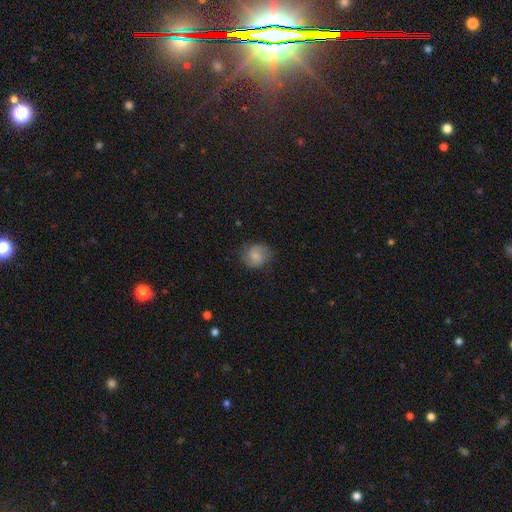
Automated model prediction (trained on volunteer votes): Morphology: type=smooth (59%); roundness=round (70%); merging=none (77%).